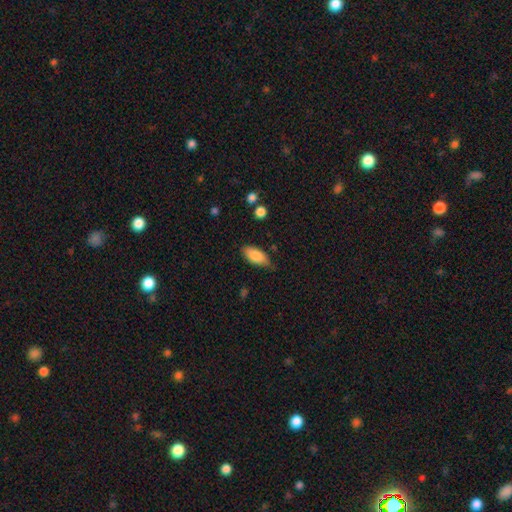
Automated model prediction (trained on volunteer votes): A smooth galaxy with no disk features (84%) that is in between round and cigar-shaped (89%). Merging: none (69%).